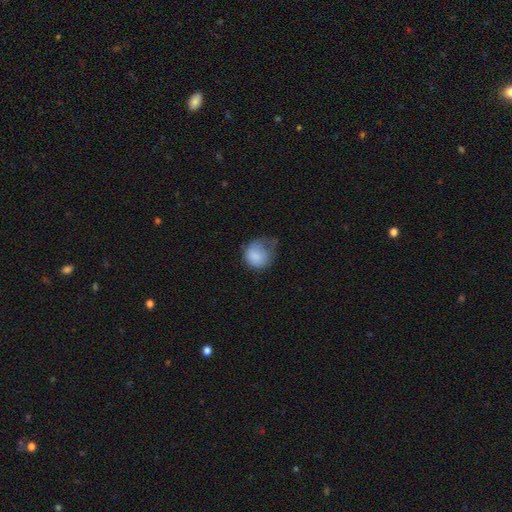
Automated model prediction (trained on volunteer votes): smooth 82%, featured or disk 10%, star or artifact 8%. Down the decision tree: how rounded — round (74%); merging — minor disturbance (37%).